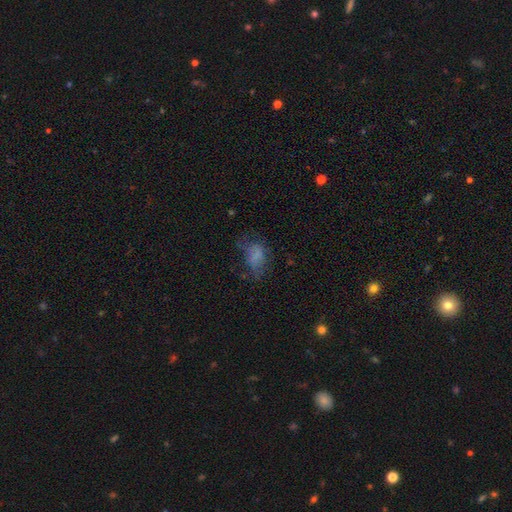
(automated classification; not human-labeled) A smooth galaxy with no disk features (61%) that is in between round and cigar-shaped (83%). Merging: none (40%).